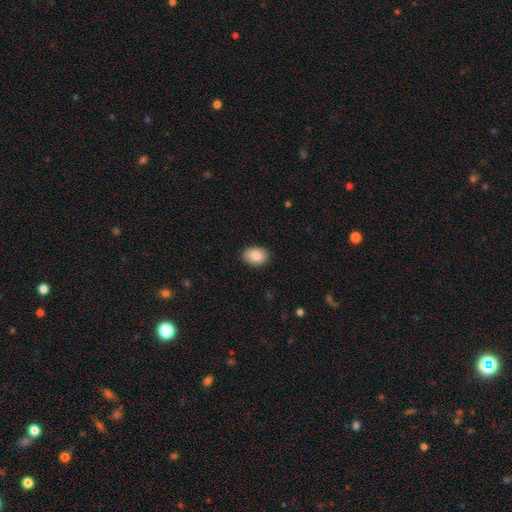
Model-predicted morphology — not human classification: Smooth or featured? smooth (87%)
How rounded? in between (73%)
Merging? none (89%)